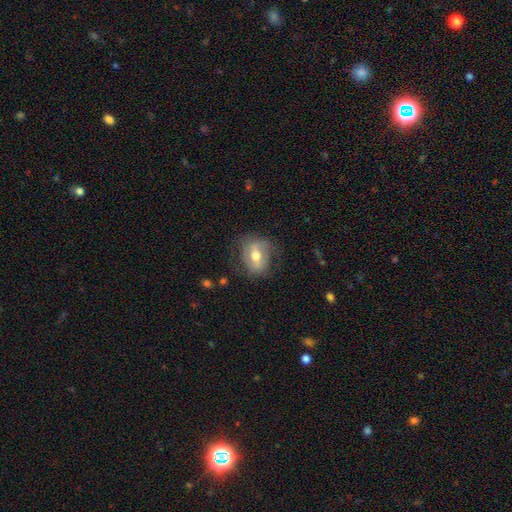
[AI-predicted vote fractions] Smooth or featured? Predicted: featured or disk (p=0.56). Edge-on disk? Predicted: no (p=0.90). Bar? Predicted: strong (p=0.43). Spiral arms? Predicted: yes (p=0.52). Bulge size? Predicted: moderate (p=0.74). Merging? Predicted: none (p=0.68).